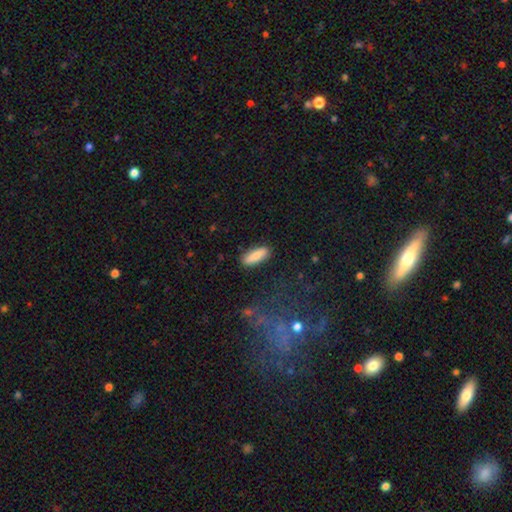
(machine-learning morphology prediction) A smooth galaxy with no disk features (85%) that is in between round and cigar-shaped (65%).

Vote fractions:
- Smooth or featured? smooth: 85% / featured or disk: 9% / star or artifact: 6%
- How rounded? in between: 65% / cigar-shaped: 33% / round: 2%
- Merging? none: 87% / minor disturbance: 10% / major disturbance: 2% / merger: 2%